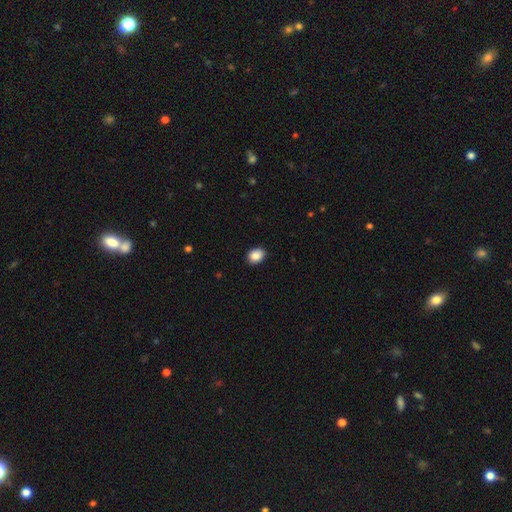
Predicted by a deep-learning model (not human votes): This is clearly a smooth galaxy (88%). How rounded: likely in between (62%). Merging: clearly none (88%).